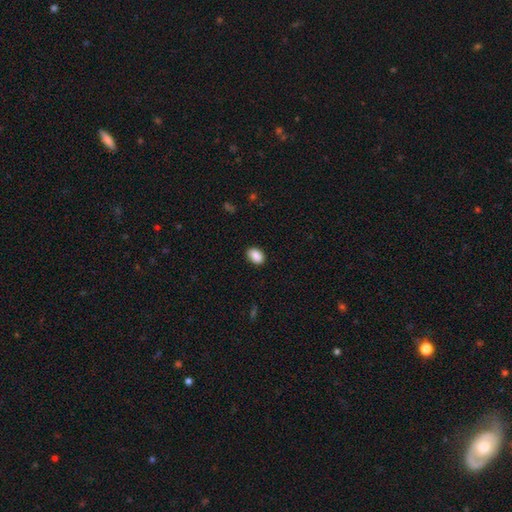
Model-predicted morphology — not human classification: Q: Smooth or featured?
A: smooth (89%); runner-up: star or artifact (7%)
Q: How rounded?
A: in between (84%); runner-up: round (14%)
Q: Merging?
A: none (88%); runner-up: minor disturbance (9%)